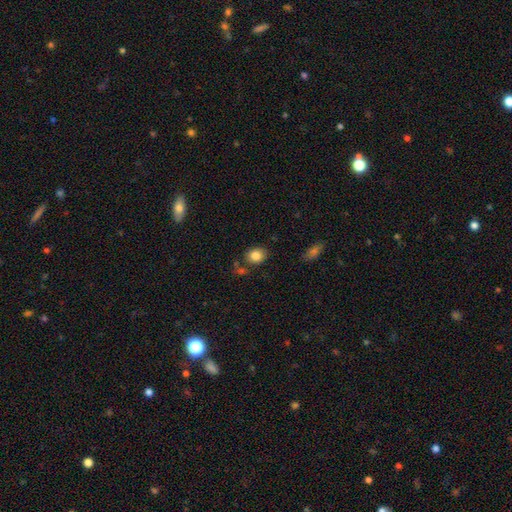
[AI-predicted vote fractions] Overall: smooth (84%). How rounded: round (56%; in between 43%). Merging: none (79%).